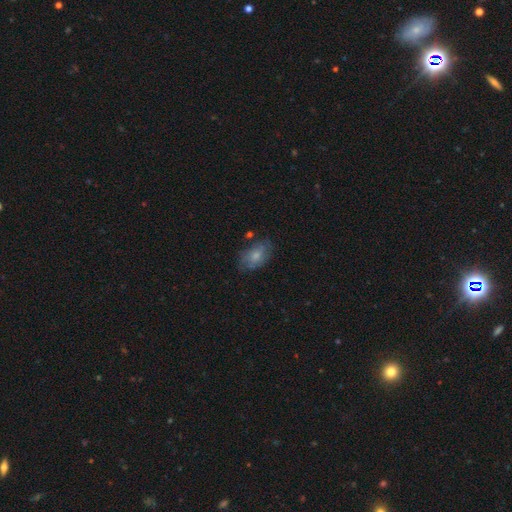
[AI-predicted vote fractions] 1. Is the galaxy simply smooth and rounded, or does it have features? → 68% smooth, 24% featured or disk, 7% star or artifact.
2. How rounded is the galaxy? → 89% in between, 9% round, 2% cigar-shaped.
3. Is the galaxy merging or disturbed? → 63% none, 25% minor disturbance, 8% major disturbance, 3% merger.